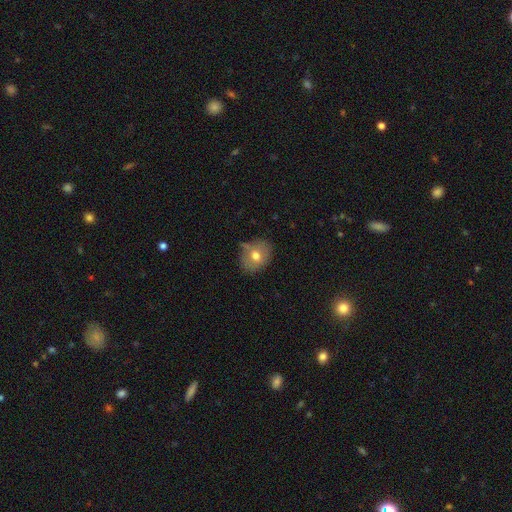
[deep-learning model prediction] smooth 68%, featured or disk 22%, star or artifact 10%. Down the decision tree: how rounded — round (53%); merging — none (67%).